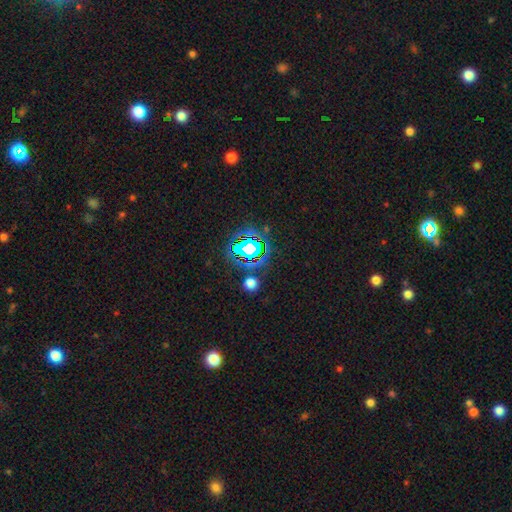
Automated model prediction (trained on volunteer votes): Q: Smooth or featured?
A: star or artifact (80%); runner-up: smooth (12%)